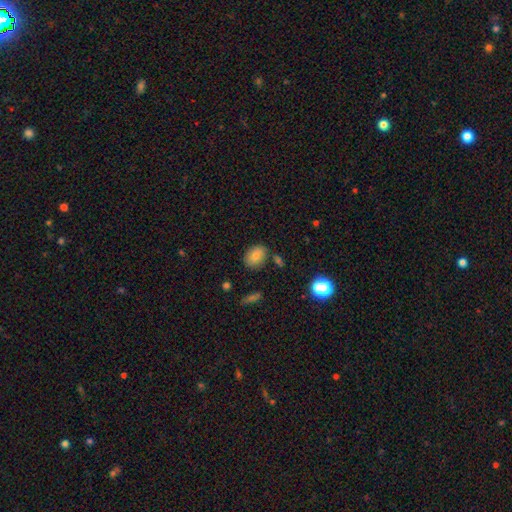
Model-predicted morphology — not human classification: smooth_or_featured: smooth (p=0.79) [alt: star or artifact p=0.10]
how_rounded: in between (p=0.70) [alt: round p=0.29]
merging: none (p=0.76) [alt: minor disturbance p=0.14]